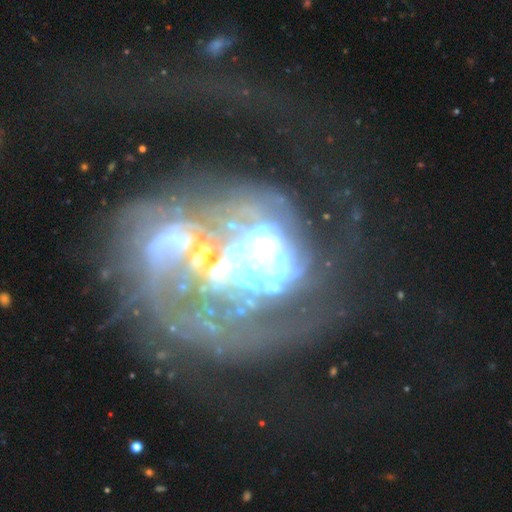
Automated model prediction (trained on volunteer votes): Smooth or featured: featured or disk — 67% (star or artifact — 24%)
Edge-on disk: no — 97% (yes — 3%)
Bar: no — 73% (strong — 16%)
Spiral arms: no — 67% (yes — 33%)
Bulge size: none — 40% (moderate — 19%)
Merging: major disturbance — 40% (merger — 28%)